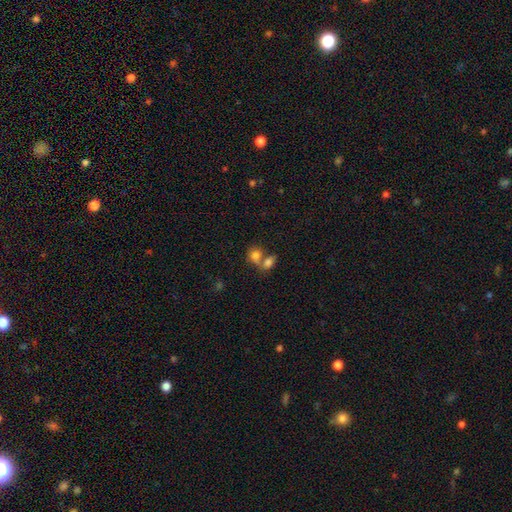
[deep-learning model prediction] A smooth galaxy with no disk features (78%) that is in between round and cigar-shaped (58%). Merging: merger (62%).